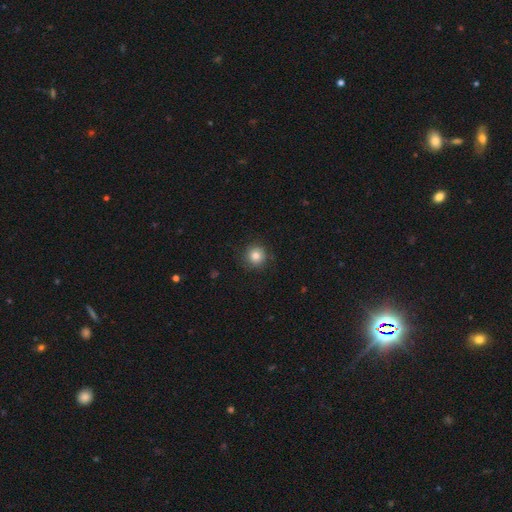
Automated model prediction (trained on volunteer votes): smooth-or-featured: smooth: 81% | star or artifact: 11% | featured or disk: 8%
  how-rounded: round: 93% | in between: 6% | cigar-shaped: 1%
  merging: none: 85% | minor disturbance: 10% | major disturbance: 3% | merger: 1%